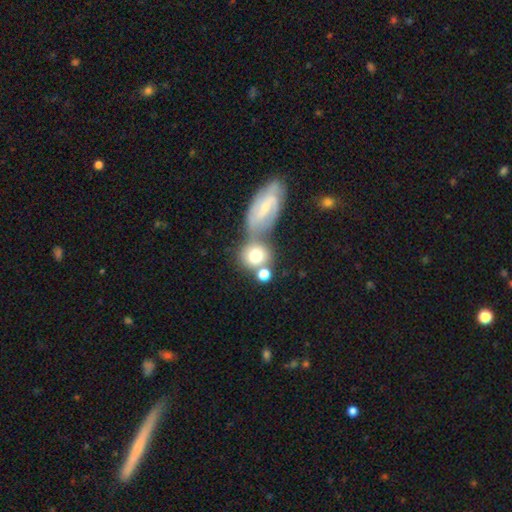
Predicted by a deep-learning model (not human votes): Smooth or featured?
  - smooth: 66% *
  - featured or disk: 26%
  - star or artifact: 9%
How rounded?
  - round: 75% *
  - in between: 23%
  - cigar-shaped: 2%
Merging?
  - merger: 45% *
  - none: 39%
  - minor disturbance: 11%
  - major disturbance: 6%